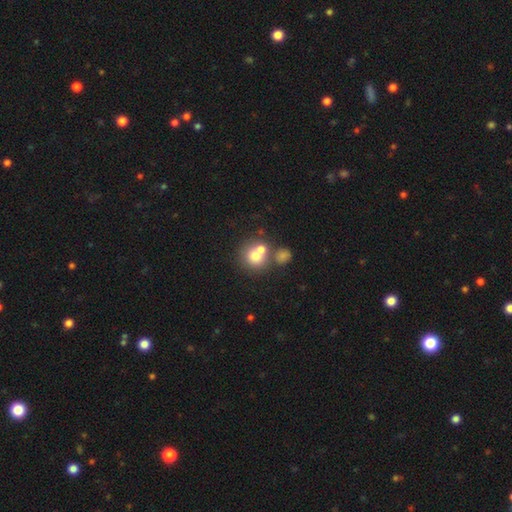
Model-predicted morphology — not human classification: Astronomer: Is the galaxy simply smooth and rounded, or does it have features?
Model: smooth — 68%.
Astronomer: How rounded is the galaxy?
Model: round — 85%.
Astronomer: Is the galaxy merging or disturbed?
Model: merger — 48% (runner-up: none, 42%).